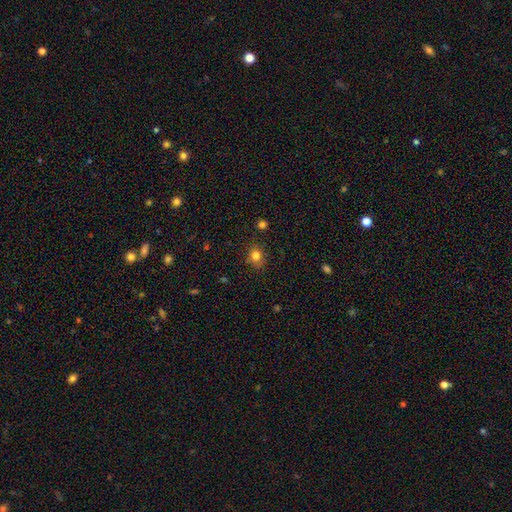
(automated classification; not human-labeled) Smooth or featured? smooth (81%)
How rounded? round (63%)
Merging? none (81%)